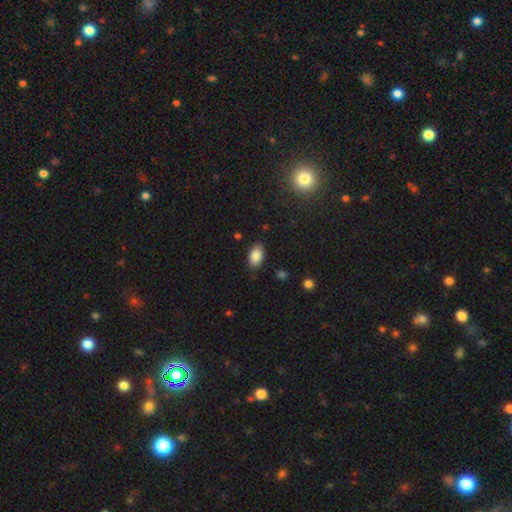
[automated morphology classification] Smooth or featured?
  - smooth: 86% *
  - star or artifact: 8%
  - featured or disk: 6%
How rounded?
  - in between: 93% *
  - round: 5%
  - cigar-shaped: 2%
Merging?
  - none: 85% *
  - minor disturbance: 11%
  - major disturbance: 2%
  - merger: 1%